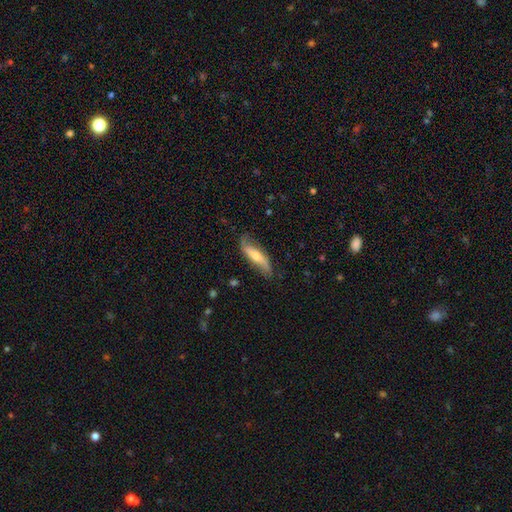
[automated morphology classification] featured or disk 59%, smooth 35%, star or artifact 6%. Down the decision tree: edge-on disk — no (63%); merging — none (72%).